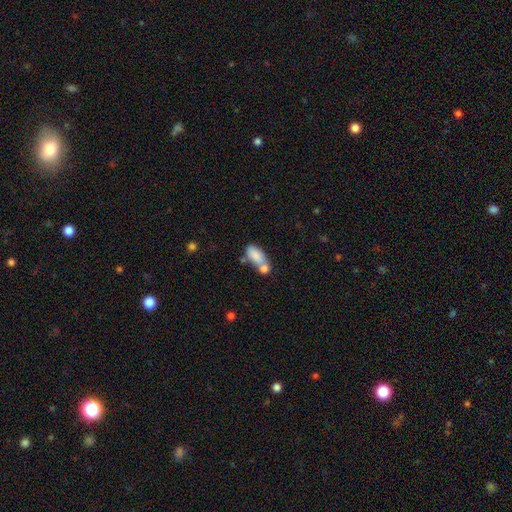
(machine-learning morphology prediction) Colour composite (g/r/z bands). It shows a smooth galaxy with no disk features (79%) that is in between round and cigar-shaped (87%). Merging: merger (46%).